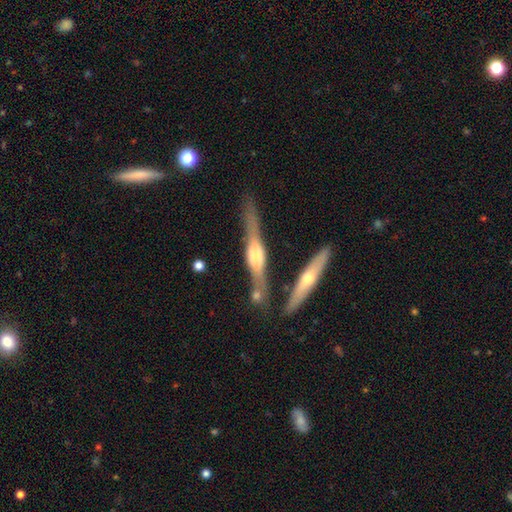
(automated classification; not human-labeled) smooth-or-featured: featured or disk: 78% | smooth: 17% | star or artifact: 6%
  disk-edge-on: yes: 96% | no: 4%
    edge-on-bulge: rounded: 80% | boxy: 15% | none: 4%
  merging: none: 70% | minor disturbance: 14% | merger: 11% | major disturbance: 4%